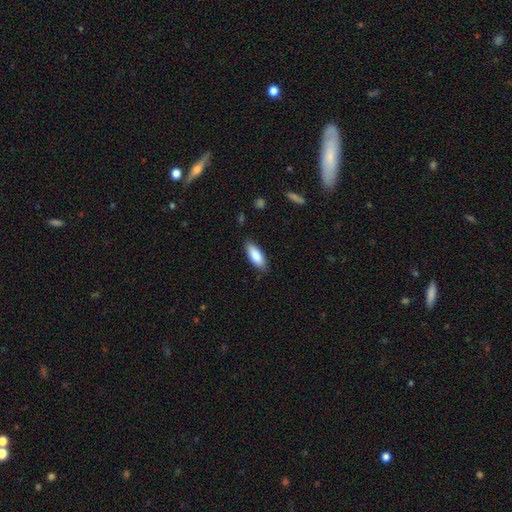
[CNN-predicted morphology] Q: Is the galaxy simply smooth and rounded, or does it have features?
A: smooth — 85%.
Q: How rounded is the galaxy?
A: in between — 72%.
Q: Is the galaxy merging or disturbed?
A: none — 84%.